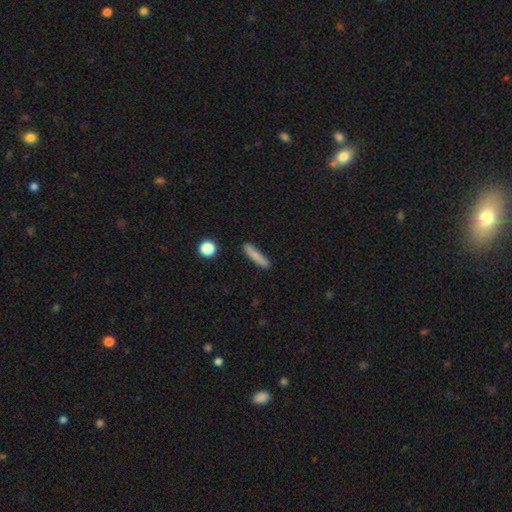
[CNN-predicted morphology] smooth 78%, featured or disk 14%, star or artifact 8%. Down the decision tree: how rounded — cigar-shaped (87%); merging — none (86%).